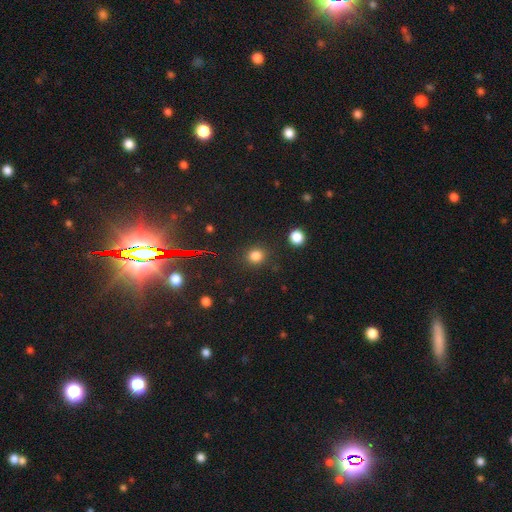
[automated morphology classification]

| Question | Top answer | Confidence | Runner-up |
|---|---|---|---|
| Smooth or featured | smooth | 79% | star or artifact (16%) |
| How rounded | round | 85% | in between (14%) |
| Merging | none | 87% | minor disturbance (7%) |